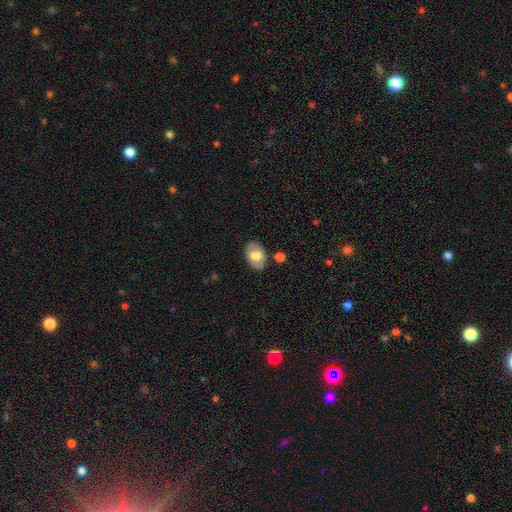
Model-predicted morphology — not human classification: A smooth galaxy with no disk features (66%) that is in between round and cigar-shaped (87%).

Vote fractions:
- Smooth or featured? smooth: 66% / featured or disk: 28% / star or artifact: 6%
- How rounded? in between: 87% / round: 12% / cigar-shaped: 1%
- Merging? none: 83% / minor disturbance: 11% / merger: 3% / major disturbance: 3%